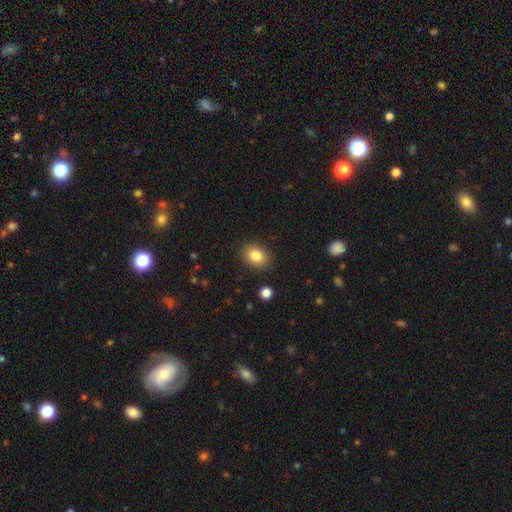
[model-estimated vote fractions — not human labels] A smooth galaxy with no disk features (84%) that is in between round and cigar-shaped (64%).

Vote fractions:
- Smooth or featured? smooth: 84% / star or artifact: 9% / featured or disk: 7%
- How rounded? in between: 64% / round: 35% / cigar-shaped: 1%
- Merging? none: 88% / minor disturbance: 8% / major disturbance: 2% / merger: 1%